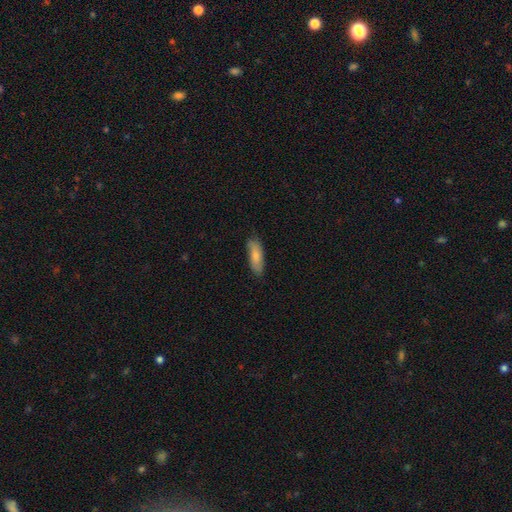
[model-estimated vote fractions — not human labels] A smooth galaxy with no disk features (78%) that is in between round and cigar-shaped (56%).

Vote fractions:
- Smooth or featured? smooth: 78% / featured or disk: 16% / star or artifact: 6%
- How rounded? in between: 56% / cigar-shaped: 42% / round: 2%
- Merging? none: 80% / minor disturbance: 16% / major disturbance: 3% / merger: 1%